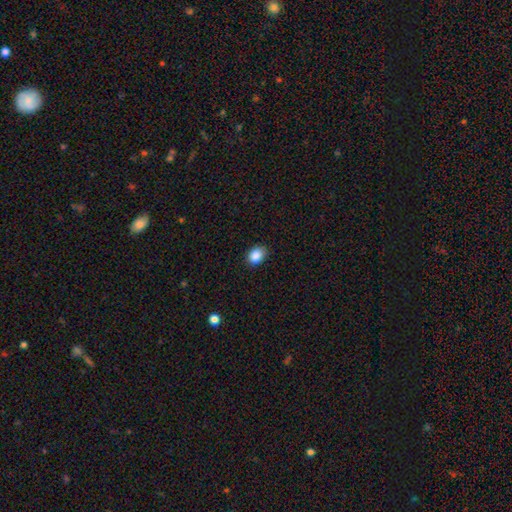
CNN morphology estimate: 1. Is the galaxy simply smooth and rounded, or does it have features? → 88% smooth, 8% star or artifact, 3% featured or disk.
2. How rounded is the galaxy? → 66% in between, 33% round, 1% cigar-shaped.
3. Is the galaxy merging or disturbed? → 84% none, 13% minor disturbance, 2% major disturbance, 1% merger.